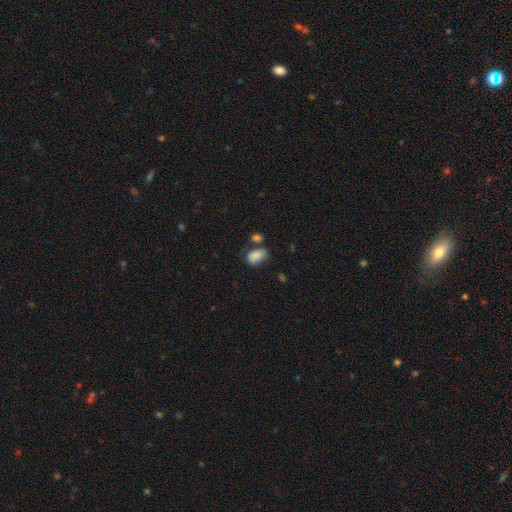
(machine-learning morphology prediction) Smooth or featured? Predicted: smooth (p=0.85). How rounded? Predicted: in between (p=0.90). Merging? Predicted: none (p=0.53).